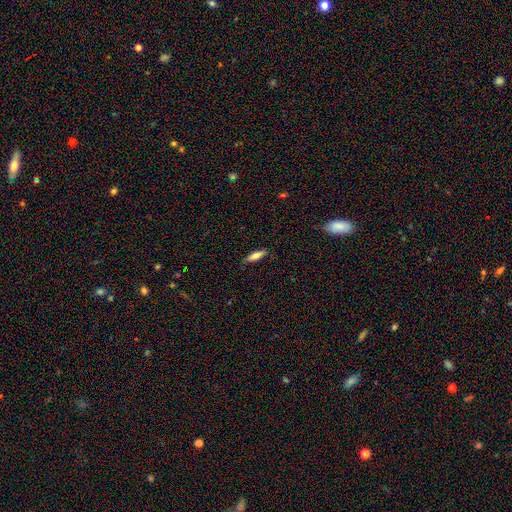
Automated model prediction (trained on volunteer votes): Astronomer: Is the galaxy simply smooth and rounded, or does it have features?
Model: smooth — 73%.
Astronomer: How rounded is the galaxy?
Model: cigar-shaped — 54% (runner-up: in between, 44%).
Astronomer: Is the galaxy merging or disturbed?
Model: none — 83%.